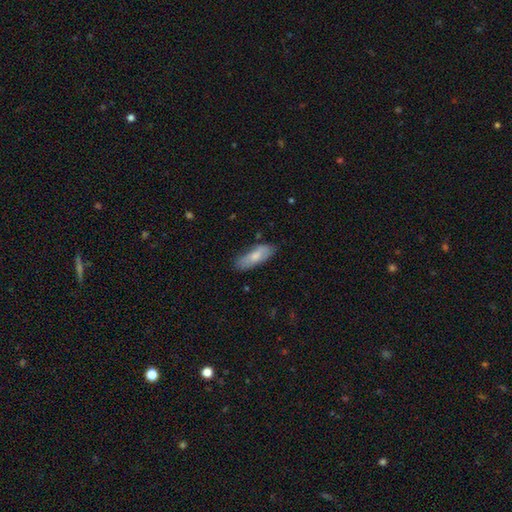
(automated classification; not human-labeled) Morphology: type=smooth (73%); roundness=in between (64%); merging=none (71%).